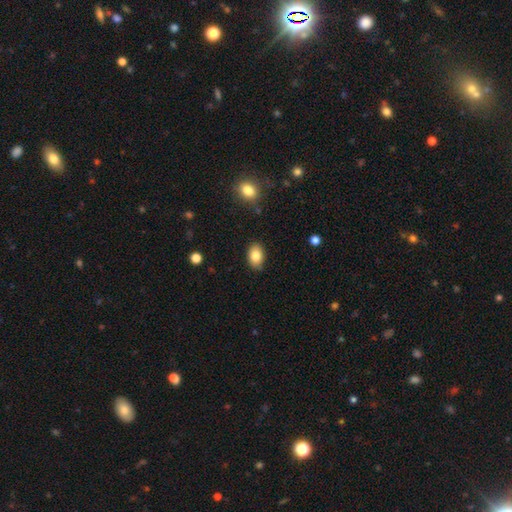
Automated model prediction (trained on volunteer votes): Overall: smooth (84%). How rounded: in between (83%). Merging: none (85%).